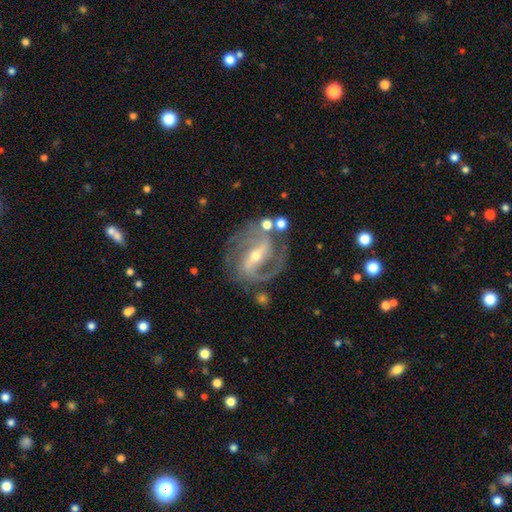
Q: Smooth or featured?
A: featured or disk (94%); runner-up: smooth (3%)
Q: Edge-on disk?
A: no (100%)
Q: Bar?
A: strong (56%); runner-up: no (24%)
Q: Spiral arms?
A: yes (100%)
Q: Spiral winding?
A: medium (50%); runner-up: tight (41%)
Q: Spiral arm count?
A: 2 (59%); runner-up: 3 (24%)
Q: Bulge size?
A: small (65%); runner-up: moderate (35%)
Q: Merging?
A: none (71%); runner-up: major disturbance (14%)